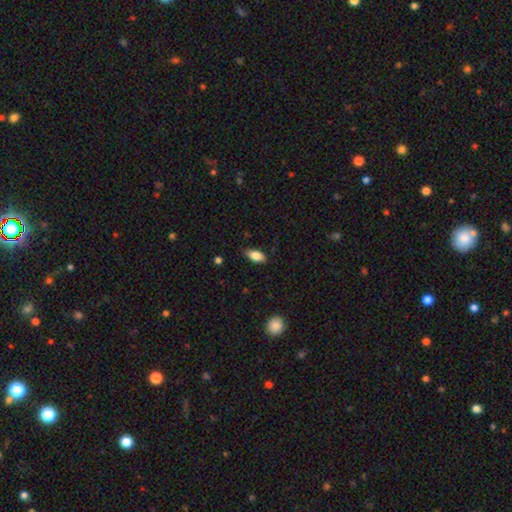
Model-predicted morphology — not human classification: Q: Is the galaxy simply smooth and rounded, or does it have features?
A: smooth — 82%.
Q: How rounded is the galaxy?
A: in between — 87%.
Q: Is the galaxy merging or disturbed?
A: none — 83%.